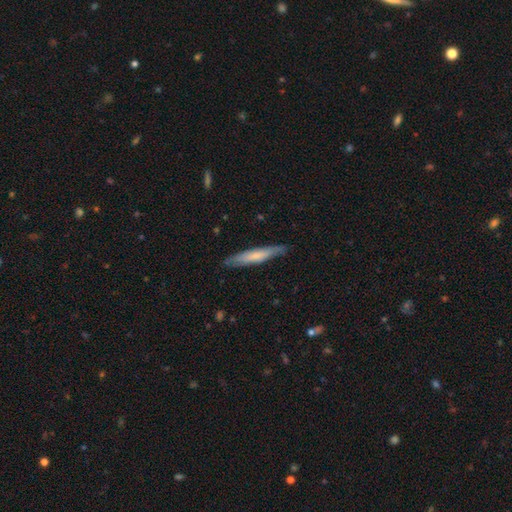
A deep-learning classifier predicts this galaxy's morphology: Smooth or featured: smooth — 58% (featured or disk — 37%)
How rounded: cigar-shaped — 92% (in between — 7%)
Merging: none — 83% (minor disturbance — 13%)